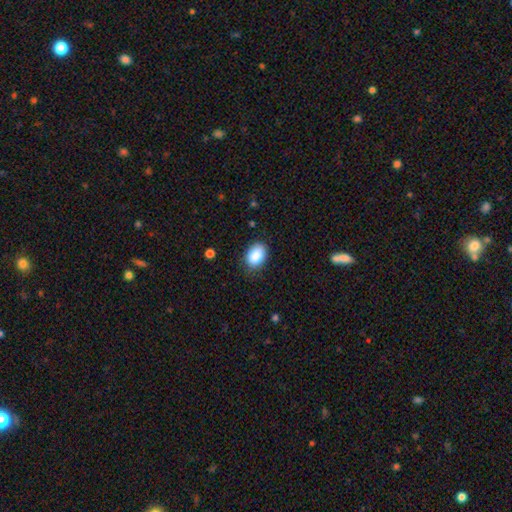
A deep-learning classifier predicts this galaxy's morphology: The model was most divided on "how rounded": in between: 81%, round: 18%, cigar-shaped: 1%. More confident: smooth or featured — smooth (88%); merging — none (81%).